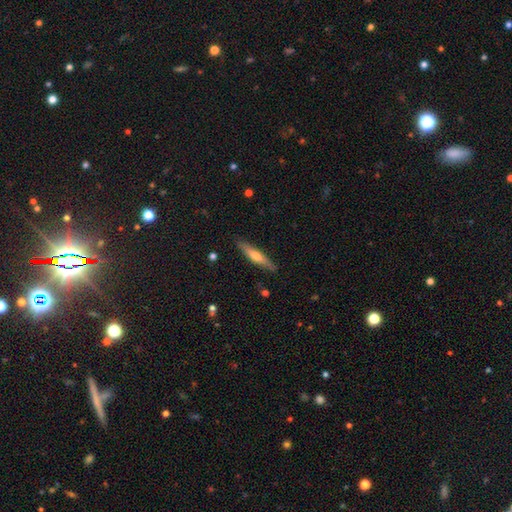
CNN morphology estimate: The model was most divided on "smooth or featured" (2-way tie): smooth: 47%, featured or disk: 47%, star or artifact: 6%. More confident: merging — none (88%).